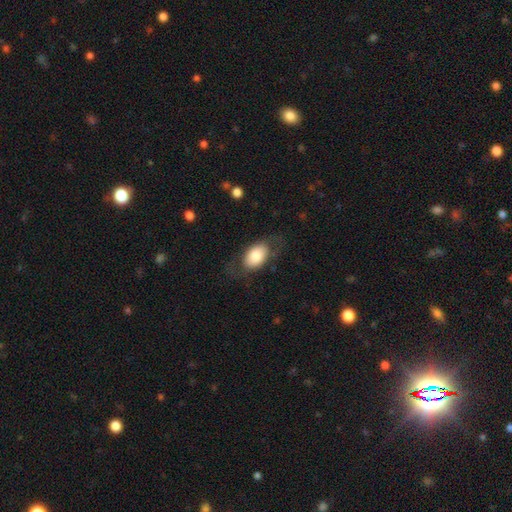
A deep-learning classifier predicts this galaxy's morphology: This is likely a smooth galaxy (73%). How rounded: clearly in between (89%). Merging: likely none (69%).